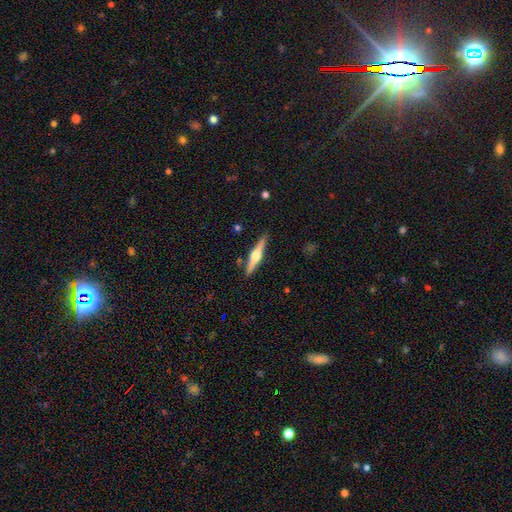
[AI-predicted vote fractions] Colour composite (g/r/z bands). It shows a featured or disk galaxy (73%) viewed edge-on (98%) with a rounded central bulge (94%). Merging: none (89%).